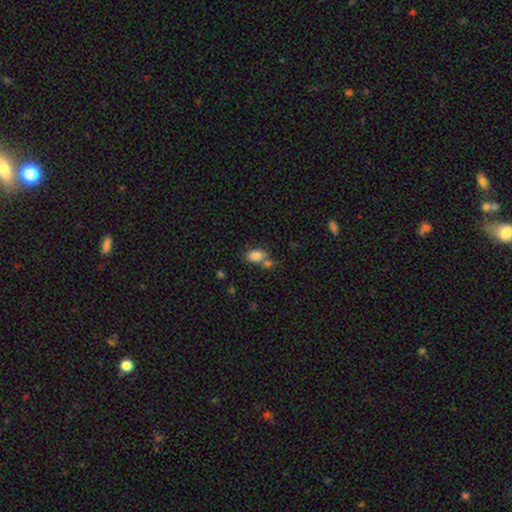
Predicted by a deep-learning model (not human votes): Morphology: type=smooth (84%); roundness=in between (83%); merging=none (46%).